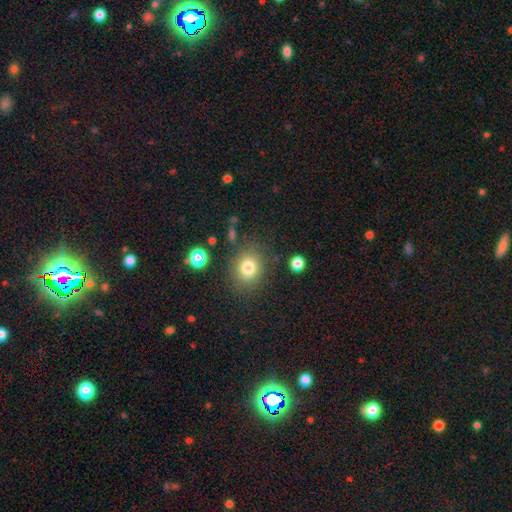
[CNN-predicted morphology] A smooth galaxy with no disk features (60%) that is round (75%).

Vote fractions:
- Smooth or featured? smooth: 60% / star or artifact: 33% / featured or disk: 7%
- How rounded? round: 75% / in between: 24% / cigar-shaped: 1%
- Merging? none: 86% / minor disturbance: 8% / merger: 3% / major disturbance: 3%